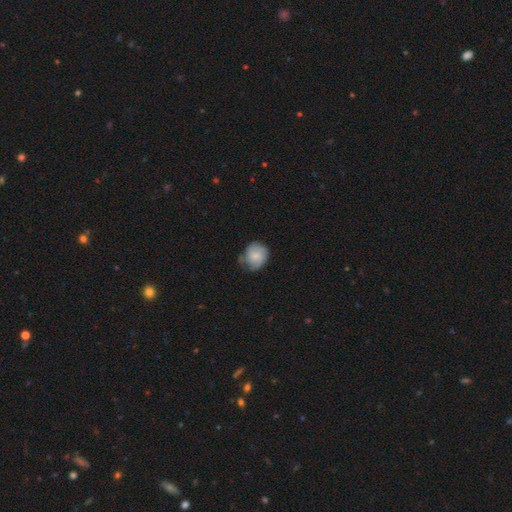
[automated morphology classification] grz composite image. It shows a smooth galaxy with no disk features (69%) that is round (71%). Merging: none (57%).